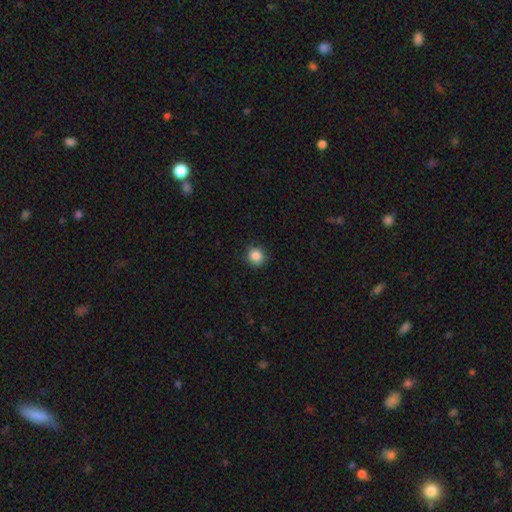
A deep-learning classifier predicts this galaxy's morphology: Q: Smooth or featured?
A: smooth (86%); runner-up: star or artifact (10%)
Q: How rounded?
A: round (88%); runner-up: in between (11%)
Q: Merging?
A: none (87%); runner-up: minor disturbance (9%)